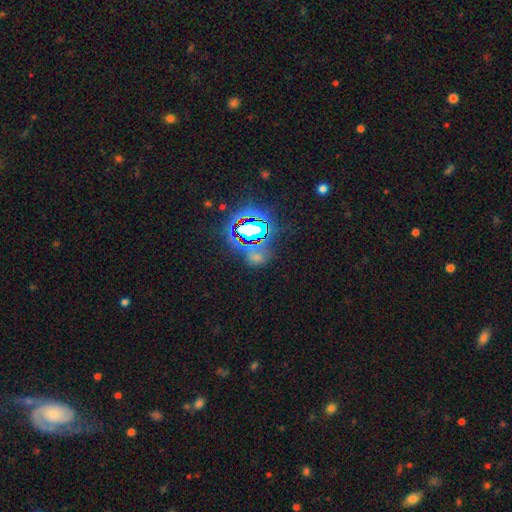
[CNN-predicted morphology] A star or artifact, not a galaxy (71%).